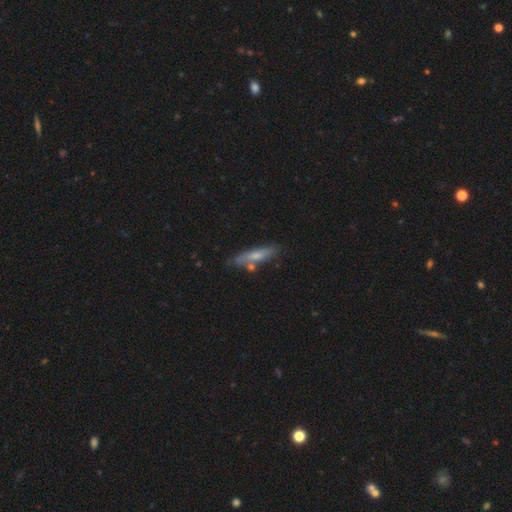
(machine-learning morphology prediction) Smooth or featured? Predicted: smooth (p=0.63). How rounded? Predicted: cigar-shaped (p=0.79). Merging? Predicted: none (p=0.74).